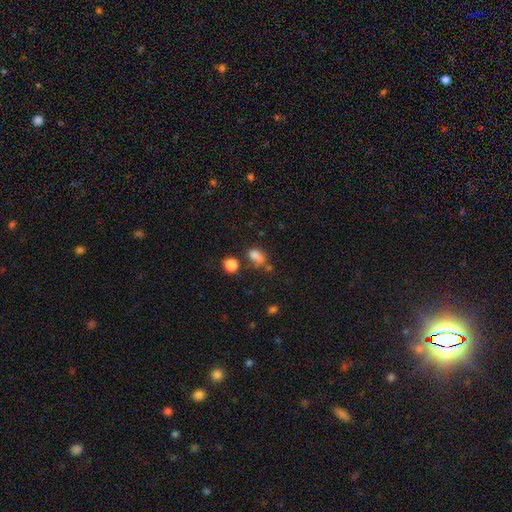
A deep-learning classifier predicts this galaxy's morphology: Smooth or featured? Predicted: smooth (p=0.79). How rounded? Predicted: in between (p=0.72). Merging? Predicted: none (p=0.47).